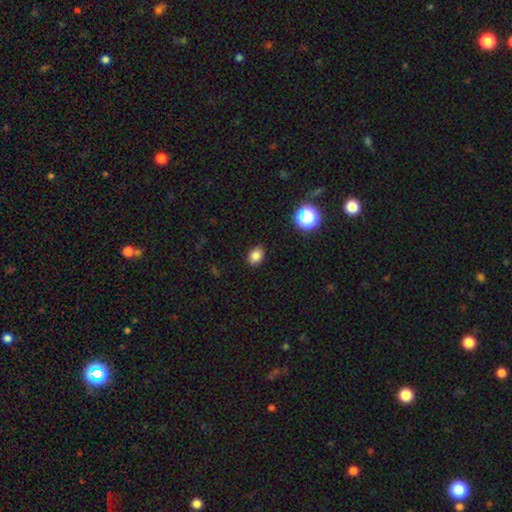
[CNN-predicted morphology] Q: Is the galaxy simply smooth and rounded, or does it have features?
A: smooth — 83%.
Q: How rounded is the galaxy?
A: in between — 71%.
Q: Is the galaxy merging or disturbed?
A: none — 87%.